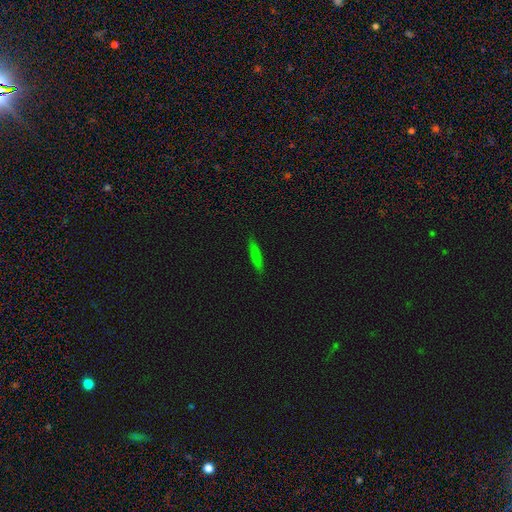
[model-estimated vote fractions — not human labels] smooth-or-featured: smooth: 75% | featured or disk: 15% | star or artifact: 10%
  how-rounded: cigar-shaped: 86% | in between: 12% | round: 2%
  merging: none: 88% | minor disturbance: 9% | major disturbance: 2% | merger: 1%